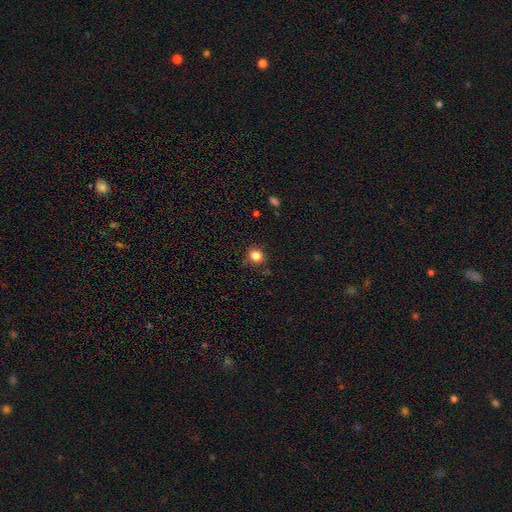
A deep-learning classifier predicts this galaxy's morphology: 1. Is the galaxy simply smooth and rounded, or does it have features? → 82% smooth, 12% star or artifact, 5% featured or disk.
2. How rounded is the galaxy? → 88% round, 11% in between, 1% cigar-shaped.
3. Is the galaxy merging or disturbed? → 84% none, 11% minor disturbance, 3% major disturbance, 2% merger.